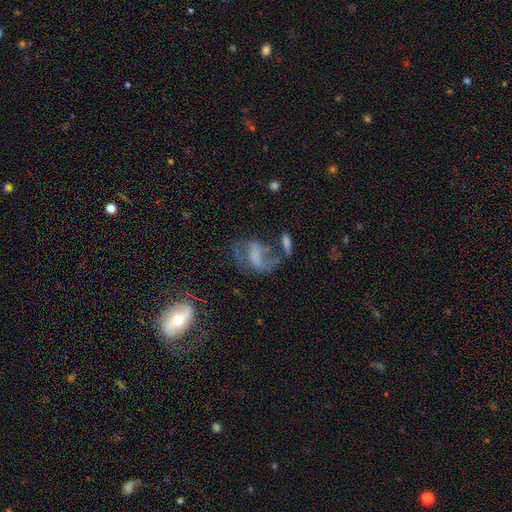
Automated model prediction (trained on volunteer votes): Q: Smooth or featured?
A: featured or disk (61%); runner-up: smooth (23%)
Q: Edge-on disk?
A: no (96%); runner-up: yes (4%)
Q: Bar?
A: weak (36%); runner-up: no (33%)
Q: Spiral arms?
A: yes (70%); runner-up: no (30%)
Q: Bulge size?
A: none (55%); runner-up: small (21%)
Q: Merging?
A: major disturbance (36%); runner-up: none (33%)